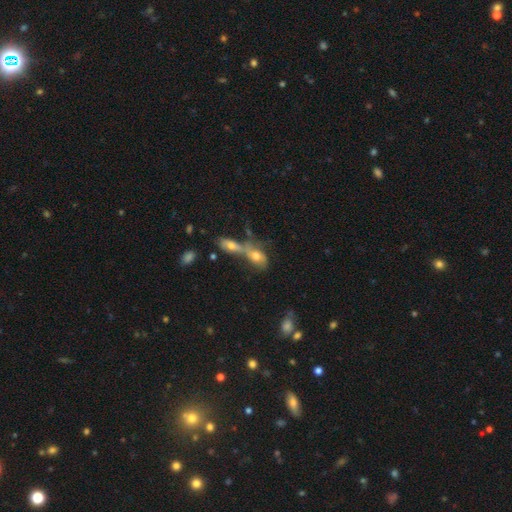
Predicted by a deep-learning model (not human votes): This appears to be a smooth galaxy with no disk features (42%). Merging: merger (46%).